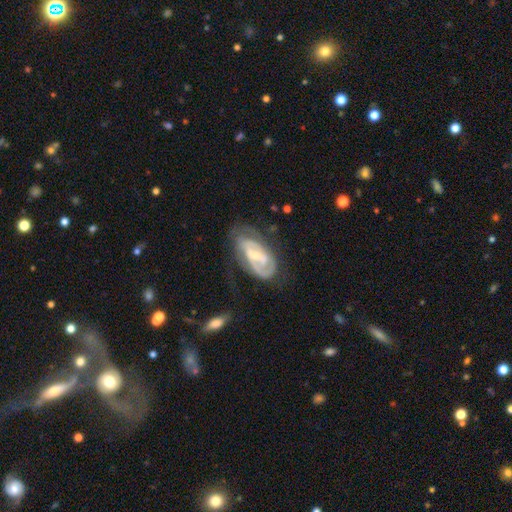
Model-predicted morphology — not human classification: smooth-or-featured: featured or disk: 81% | smooth: 14% | star or artifact: 5%
  disk-edge-on: no: 95% | yes: 5%
    bar: weak: 46% | no: 28% | strong: 26%
    has-spiral-arms: yes: 88% | no: 12%
      spiral-winding: tight: 54% | medium: 35% | loose: 11%
      spiral-arm-count: 2: 55% | can't tell: 24% | 1: 12% | 3: 6% | 4: 2% | more than 4: 2%
    bulge-size: small: 53% | moderate: 41% | none: 3% | large: 3% | dominant: 1%
  merging: none: 56% | minor disturbance: 25% | major disturbance: 17% | merger: 3%